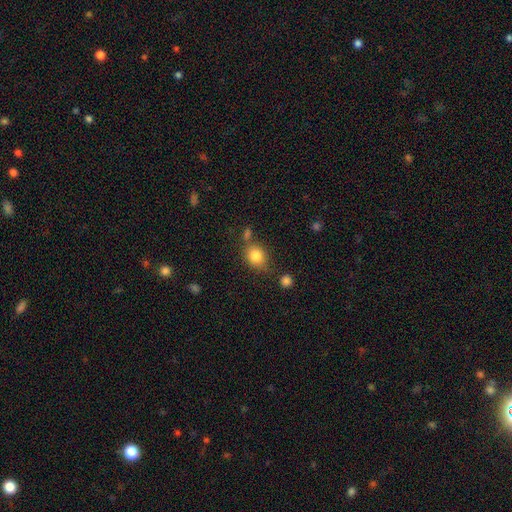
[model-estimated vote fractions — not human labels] This is clearly a smooth galaxy (83%). How rounded: likely round (62%). Merging: likely none (67%).